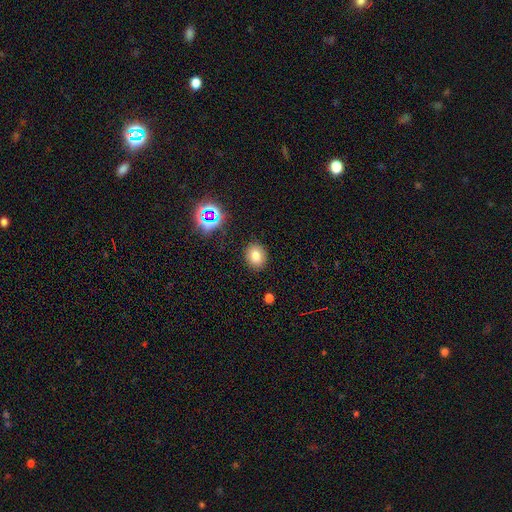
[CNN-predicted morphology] smooth_or_featured: smooth (p=0.74) [alt: star or artifact p=0.16]
how_rounded: round (p=0.66) [alt: in between p=0.33]
merging: none (p=0.88) [alt: minor disturbance p=0.08]